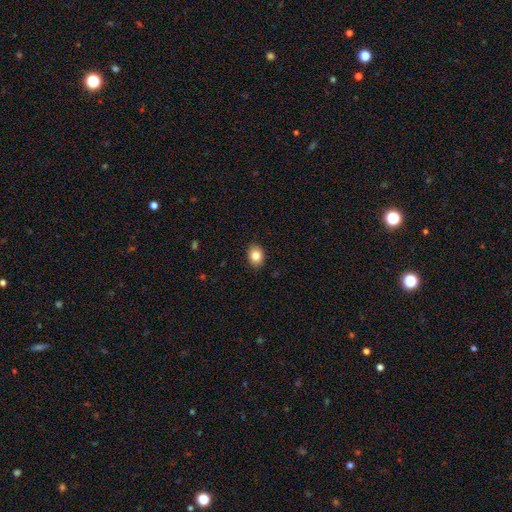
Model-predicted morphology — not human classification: This is clearly a smooth galaxy (83%). How rounded: likely in between (62%). Merging: clearly none (90%).